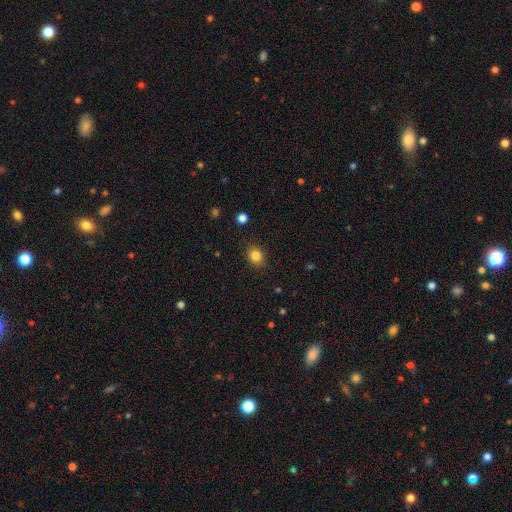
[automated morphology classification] This appears to be a smooth galaxy with no disk features (83%) that is round (66%). Merging: none (88%).